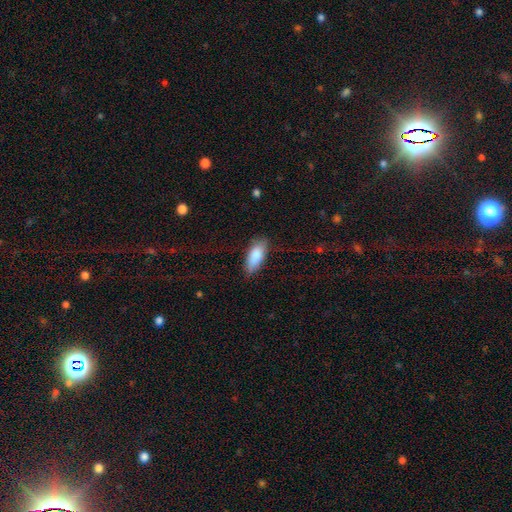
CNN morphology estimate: smooth_or_featured: smooth (p=0.86) [alt: featured or disk p=0.07]
how_rounded: in between (p=0.81) [alt: cigar-shaped p=0.17]
merging: none (p=0.75) [alt: minor disturbance p=0.20]